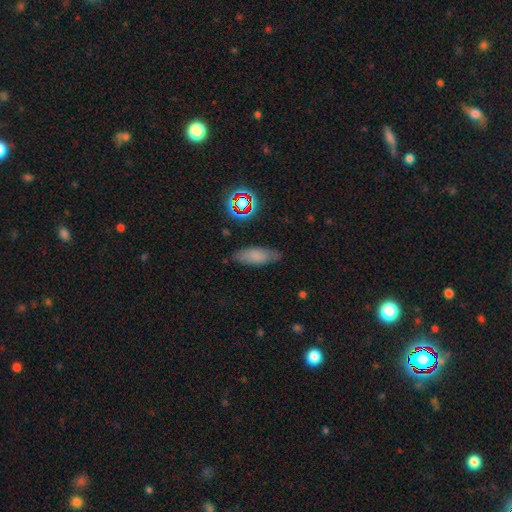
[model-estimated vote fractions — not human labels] This appears to be a smooth galaxy with no disk features (70%) that is in between round and cigar-shaped (68%). Merging: none (78%).